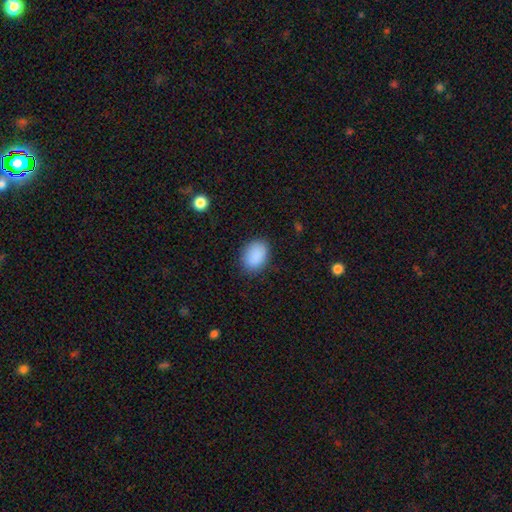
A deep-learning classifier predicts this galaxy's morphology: Smooth or featured: smooth — 89% (star or artifact — 7%)
How rounded: in between — 78% (round — 21%)
Merging: none — 85% (minor disturbance — 11%)